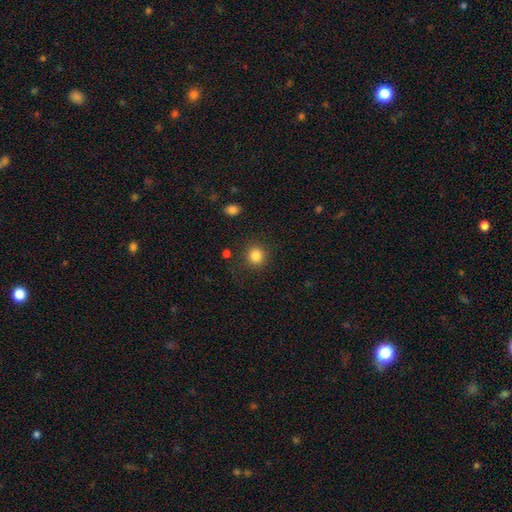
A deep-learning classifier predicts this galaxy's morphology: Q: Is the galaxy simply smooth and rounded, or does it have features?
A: smooth — 84%.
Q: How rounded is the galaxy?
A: round — 89%.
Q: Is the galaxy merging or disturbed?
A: none — 86%.